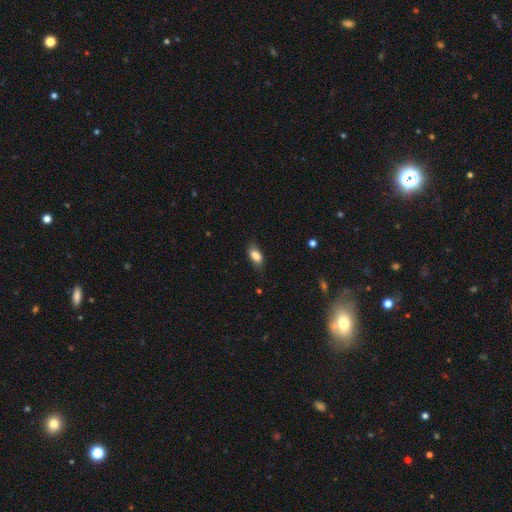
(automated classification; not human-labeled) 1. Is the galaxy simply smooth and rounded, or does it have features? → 82% smooth, 11% featured or disk, 8% star or artifact.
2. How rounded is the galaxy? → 85% in between, 9% cigar-shaped, 6% round.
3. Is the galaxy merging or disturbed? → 73% none, 21% minor disturbance, 5% major disturbance, 1% merger.